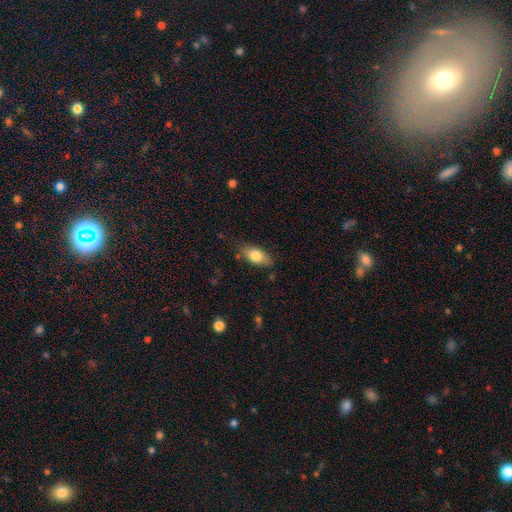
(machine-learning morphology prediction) The model was most divided on "merging": none: 74%, minor disturbance: 20%, major disturbance: 4%, merger: 2%. More confident: how rounded — in between (87%); smooth or featured — smooth (79%).